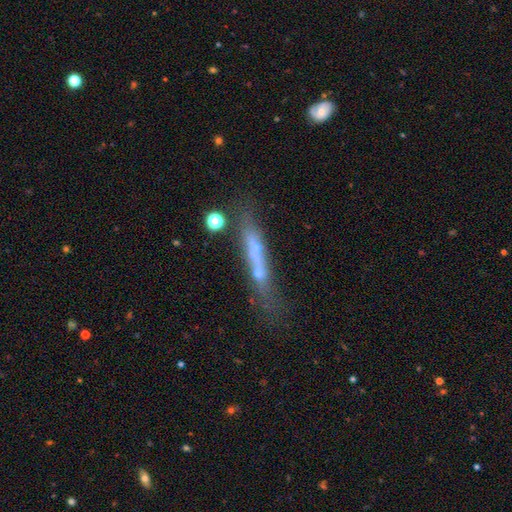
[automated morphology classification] Overall: featured or disk (49%; smooth 37%). Merging: none (54%; minor disturbance 19%).